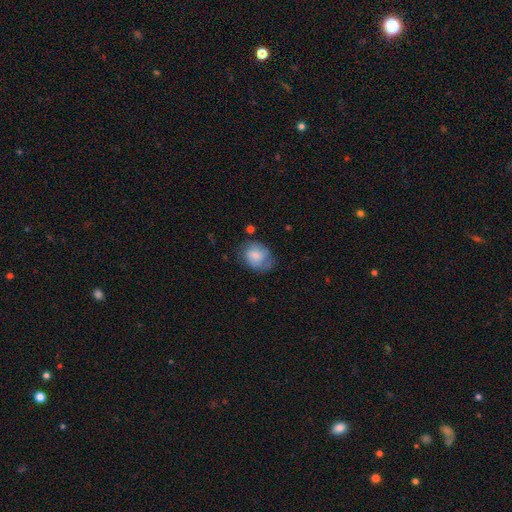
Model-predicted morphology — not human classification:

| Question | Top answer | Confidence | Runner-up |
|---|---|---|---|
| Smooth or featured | smooth | 73% | featured or disk (20%) |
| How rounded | in between | 60% | round (39%) |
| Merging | none | 55% | minor disturbance (30%) |